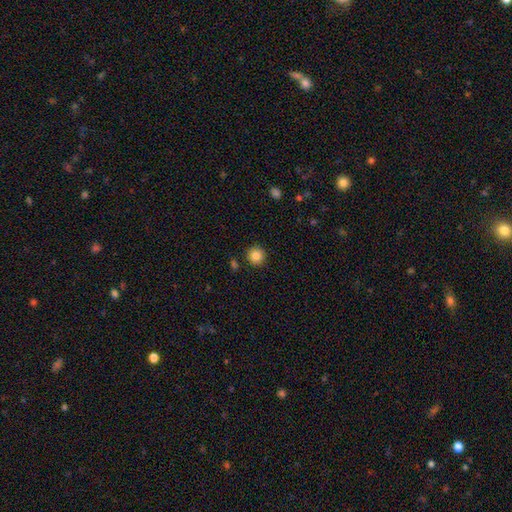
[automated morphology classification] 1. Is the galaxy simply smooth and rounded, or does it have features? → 84% smooth, 10% star or artifact, 6% featured or disk.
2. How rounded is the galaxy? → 94% round, 5% in between, 1% cigar-shaped.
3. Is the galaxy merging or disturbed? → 89% none, 7% minor disturbance, 2% merger, 2% major disturbance.